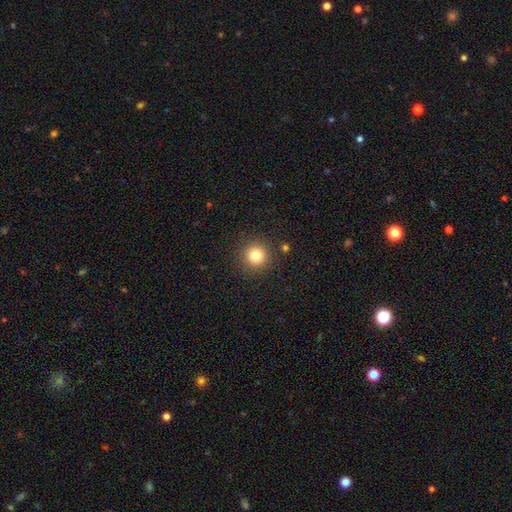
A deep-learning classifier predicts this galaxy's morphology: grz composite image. It shows a smooth galaxy with no disk features (80%) that is round (95%). Merging: none (90%).